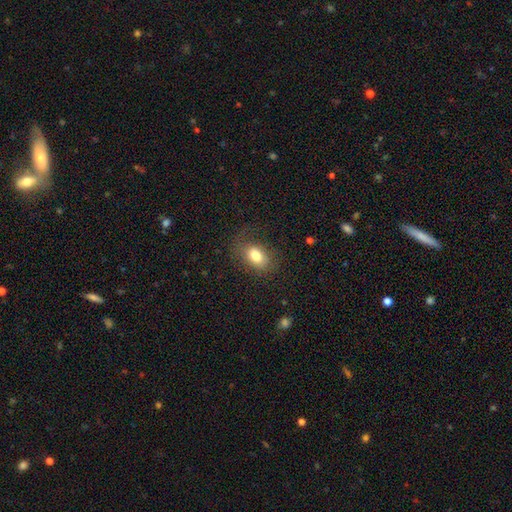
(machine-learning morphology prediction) A smooth galaxy with no disk features (79%) that is in between round and cigar-shaped (83%). Merging: none (66%).